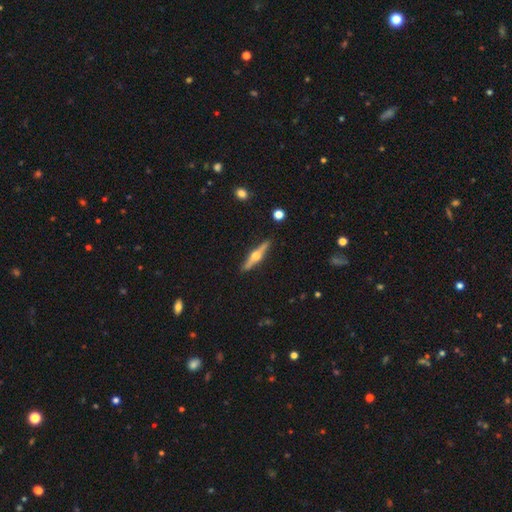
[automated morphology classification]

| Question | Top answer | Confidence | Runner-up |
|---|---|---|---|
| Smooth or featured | featured or disk | 75% | smooth (20%) |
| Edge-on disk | yes | 98% | no (2%) |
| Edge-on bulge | rounded | 95% | boxy (3%) |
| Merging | none | 91% | minor disturbance (7%) |